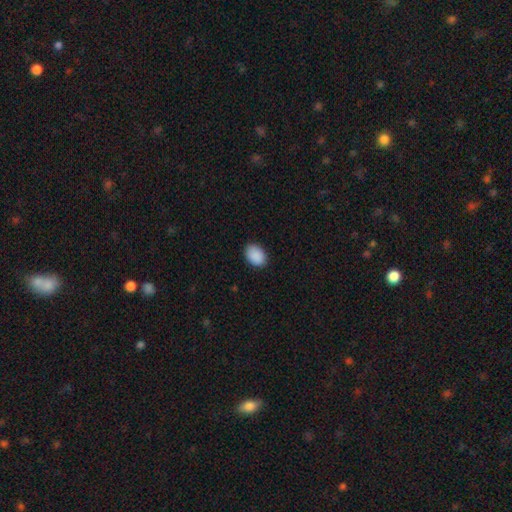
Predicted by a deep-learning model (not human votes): Morphology: type=smooth (90%); roundness=in between (77%); merging=none (87%).